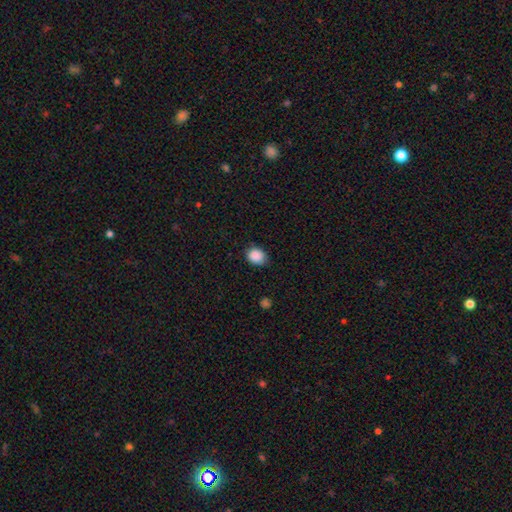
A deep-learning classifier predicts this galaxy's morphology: This is clearly a smooth galaxy (88%). How rounded: possibly in between (51%). Merging: likely none (74%).